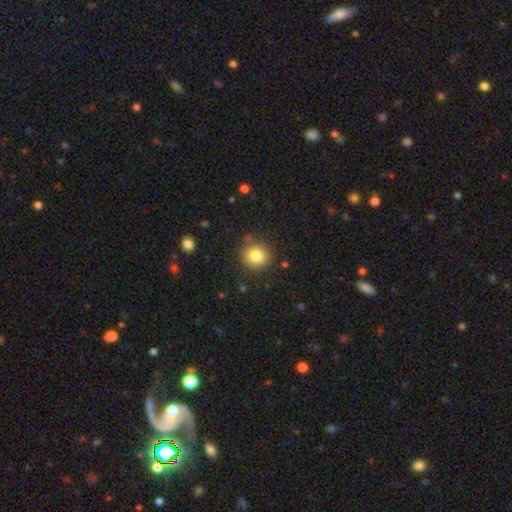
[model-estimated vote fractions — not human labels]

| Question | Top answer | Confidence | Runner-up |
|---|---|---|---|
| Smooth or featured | smooth | 81% | star or artifact (11%) |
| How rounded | round | 92% | in between (7%) |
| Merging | none | 87% | minor disturbance (8%) |